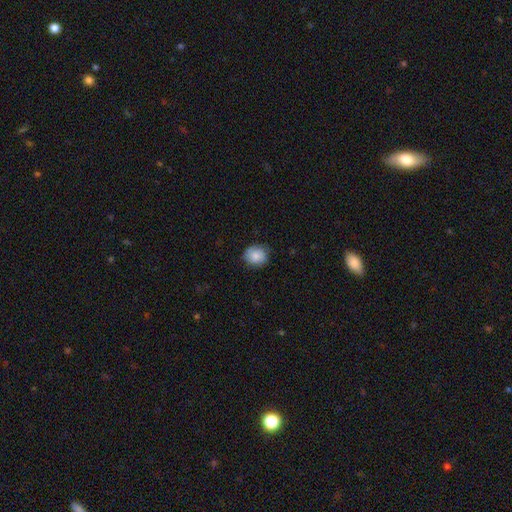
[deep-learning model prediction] The model was most divided on "how rounded": round: 70%, in between: 29%, cigar-shaped: 1%. More confident: smooth or featured — smooth (81%); merging — none (78%).